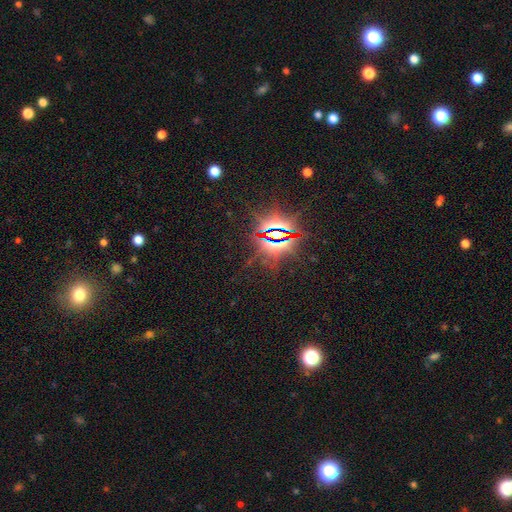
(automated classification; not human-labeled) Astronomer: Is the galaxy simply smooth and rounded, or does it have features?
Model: star or artifact — 84%.